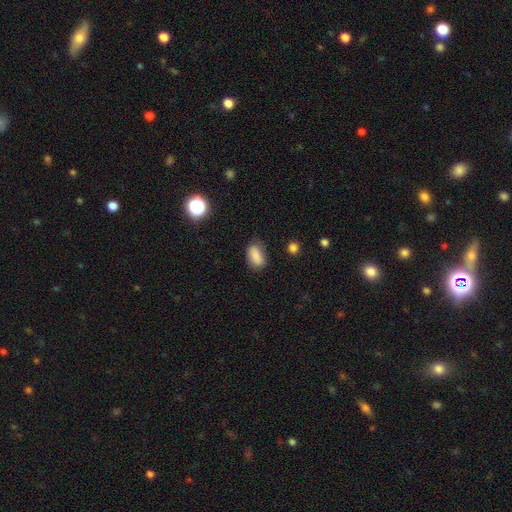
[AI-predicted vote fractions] smooth 85%, star or artifact 9%, featured or disk 6%. Down the decision tree: how rounded — in between (89%); merging — none (73%).